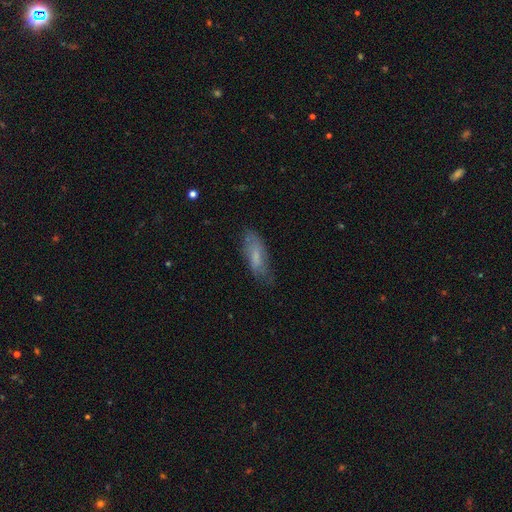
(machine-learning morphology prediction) A smooth galaxy with no disk features (63%) that is in between round and cigar-shaped (64%).

Vote fractions:
- Smooth or featured? smooth: 63% / featured or disk: 30% / star or artifact: 8%
- How rounded? in between: 64% / cigar-shaped: 34% / round: 2%
- Merging? none: 65% / minor disturbance: 25% / major disturbance: 8% / merger: 2%